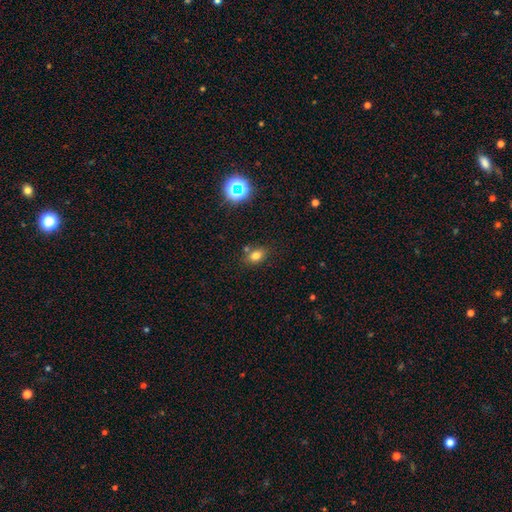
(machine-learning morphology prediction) A smooth galaxy with no disk features (74%) that is in between round and cigar-shaped (68%).

Vote fractions:
- Smooth or featured? smooth: 74% / star or artifact: 16% / featured or disk: 9%
- How rounded? in between: 68% / round: 30% / cigar-shaped: 2%
- Merging? none: 73% / minor disturbance: 14% / merger: 10% / major disturbance: 3%